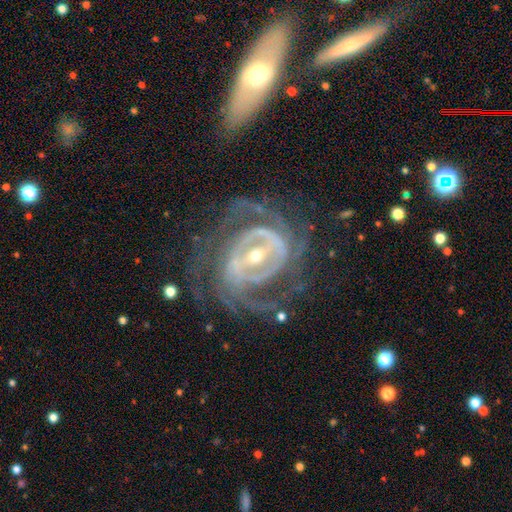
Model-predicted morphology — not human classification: Smooth or featured? featured or disk (90%)
Edge-on disk? no (96%)
Bar? strong (59%)
Spiral arms? yes (93%)
Spiral winding? tight (61%)
Spiral arm count? can't tell (29%)
Bulge size? small (59%)
Merging? none (57%)